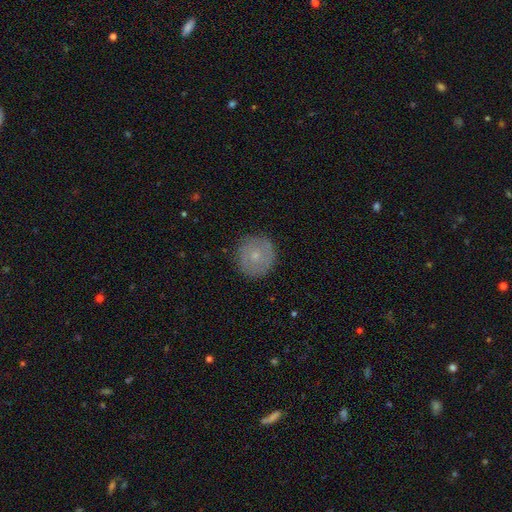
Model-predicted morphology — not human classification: This appears to be a smooth galaxy with no disk features (56%) that is round (94%). Merging: none (85%).